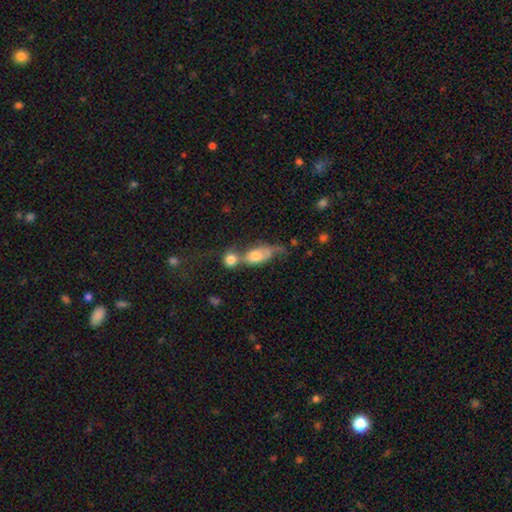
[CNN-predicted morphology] Smooth or featured?
  - smooth: 65% *
  - featured or disk: 26%
  - star or artifact: 9%
How rounded?
  - in between: 67% *
  - round: 22%
  - cigar-shaped: 11%
Merging?
  - merger: 62% *
  - none: 17%
  - major disturbance: 12%
  - minor disturbance: 10%